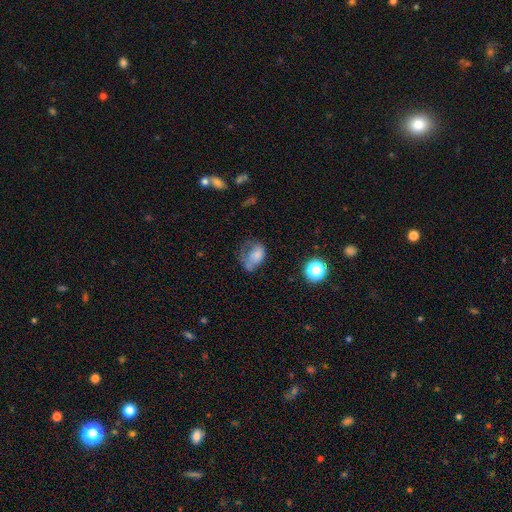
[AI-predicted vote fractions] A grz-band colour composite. It shows a smooth galaxy with no disk features (64%) that is in between round and cigar-shaped (72%). Merging: major disturbance (40%).